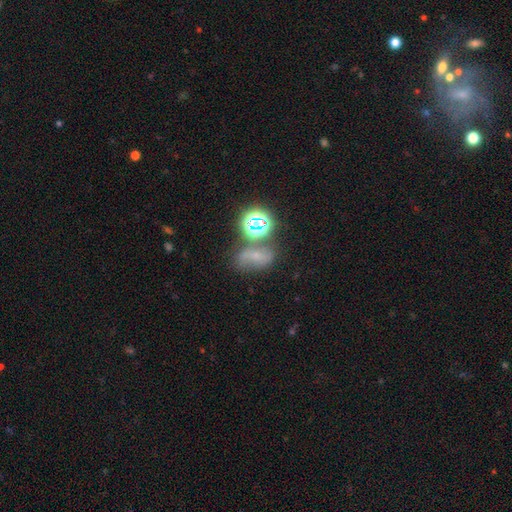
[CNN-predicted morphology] The model was most divided on "smooth or featured": smooth: 41%, star or artifact: 31%, featured or disk: 28%. Remaining: merging — none (49%).